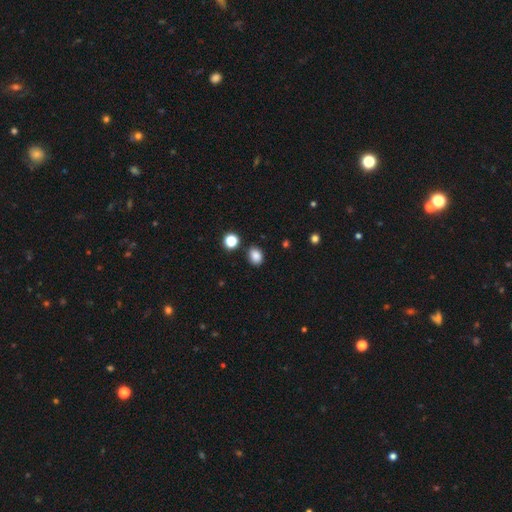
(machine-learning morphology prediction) type=smooth (85%); roundness=in between (59%); merging=none (85%).